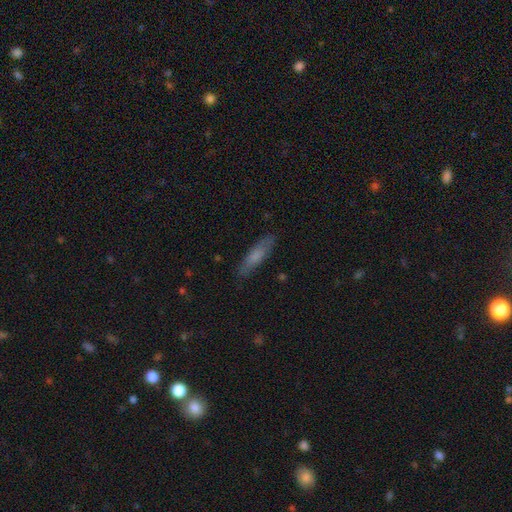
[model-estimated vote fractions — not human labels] Smooth or featured? Predicted: smooth (p=0.68). How rounded? Predicted: cigar-shaped (p=0.73). Merging? Predicted: none (p=0.84).